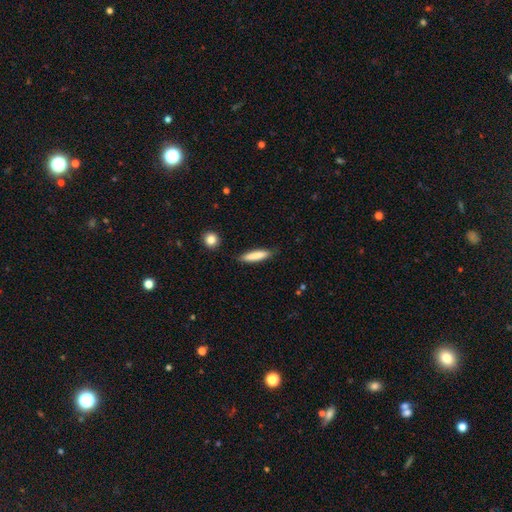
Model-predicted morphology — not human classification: This is clearly a smooth galaxy (84%). How rounded: clearly cigar-shaped (84%). Merging: clearly none (87%).